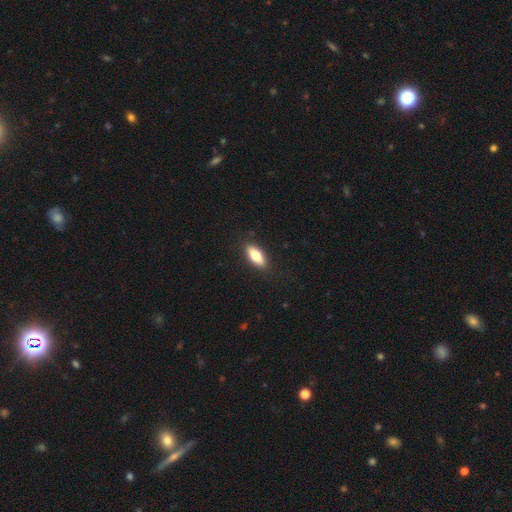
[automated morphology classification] Smooth or featured: smooth — 75% (featured or disk — 19%)
How rounded: in between — 77% (cigar-shaped — 21%)
Merging: none — 88% (minor disturbance — 9%)